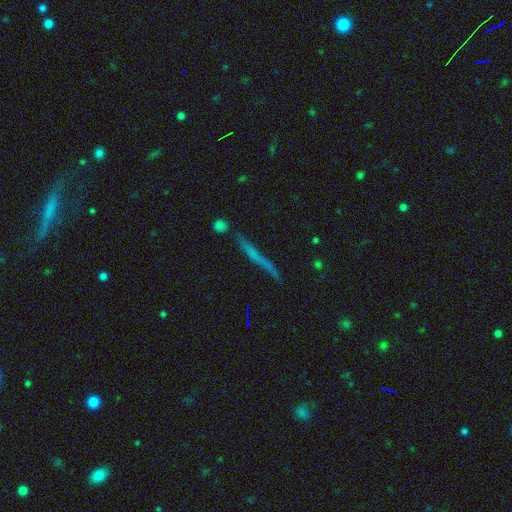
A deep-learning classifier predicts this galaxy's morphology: A featured or disk galaxy (48%). Merging: none (80%).